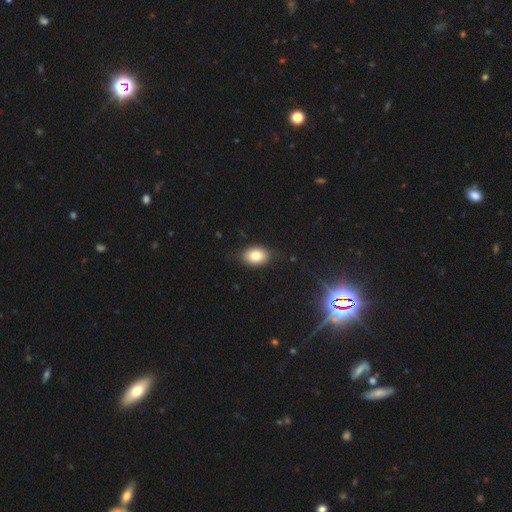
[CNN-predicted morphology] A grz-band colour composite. It shows a smooth galaxy with no disk features (82%) that is in between round and cigar-shaped (79%). Merging: none (82%).